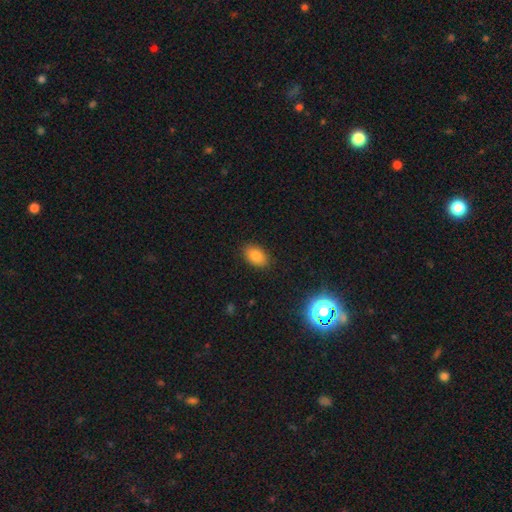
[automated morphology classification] Smooth or featured?
  - smooth: 83% *
  - star or artifact: 10%
  - featured or disk: 7%
How rounded?
  - in between: 87% *
  - round: 11%
  - cigar-shaped: 1%
Merging?
  - none: 87% *
  - minor disturbance: 10%
  - major disturbance: 2%
  - merger: 1%